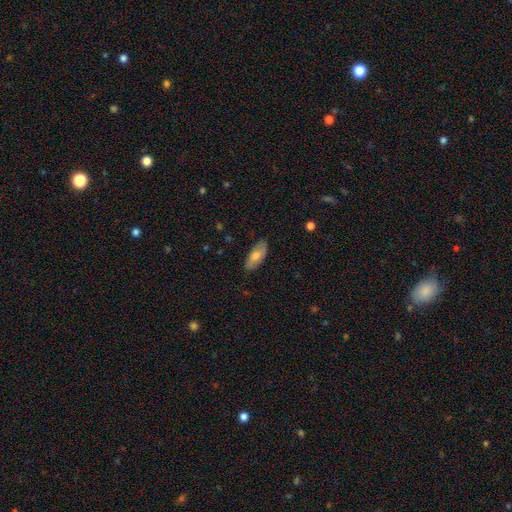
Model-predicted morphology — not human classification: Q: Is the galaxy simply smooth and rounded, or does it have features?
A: smooth — 68%.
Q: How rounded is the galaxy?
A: in between — 86%.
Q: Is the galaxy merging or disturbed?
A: none — 83%.